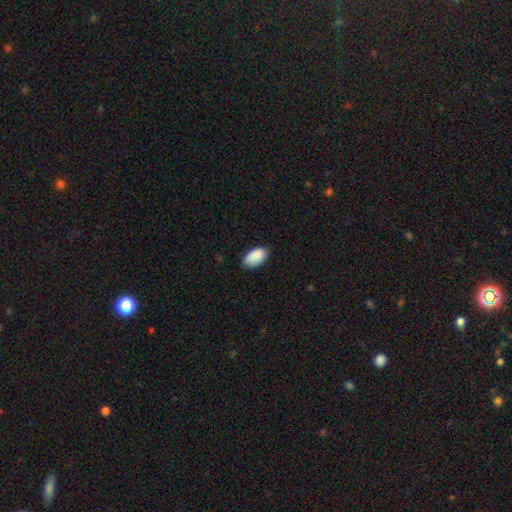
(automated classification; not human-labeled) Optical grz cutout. It shows a smooth galaxy with no disk features (89%) that is in between round and cigar-shaped (95%). Merging: none (76%).